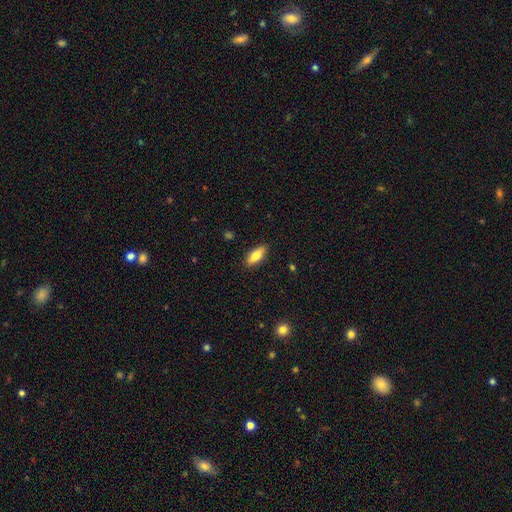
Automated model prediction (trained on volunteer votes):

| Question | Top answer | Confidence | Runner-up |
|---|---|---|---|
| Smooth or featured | smooth | 78% | featured or disk (16%) |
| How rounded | in between | 76% | cigar-shaped (22%) |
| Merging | none | 88% | minor disturbance (9%) |